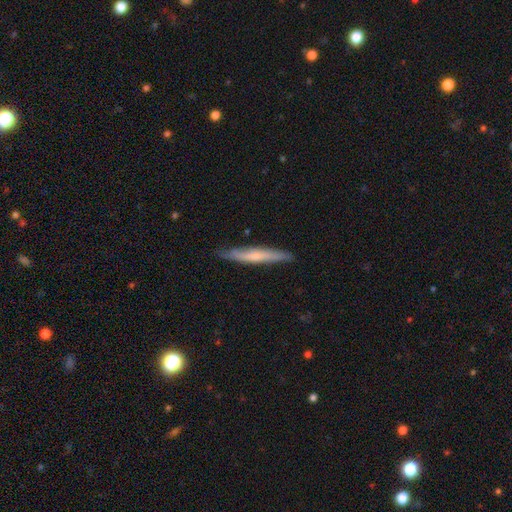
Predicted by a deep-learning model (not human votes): Overall: smooth (53%; featured or disk 42%). How rounded: cigar-shaped (94%). Merging: none (85%).